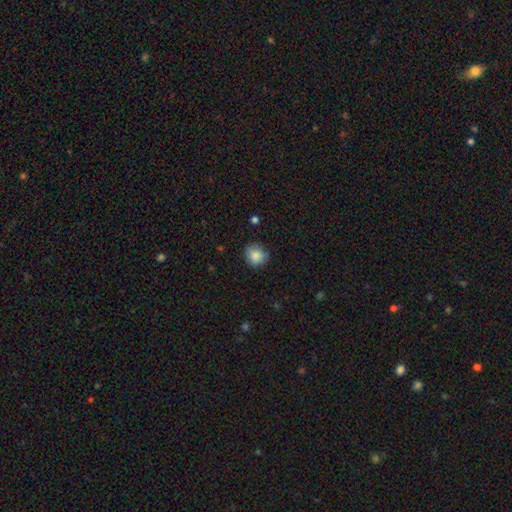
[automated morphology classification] smooth 85%, star or artifact 8%, featured or disk 6%. Down the decision tree: how rounded — round (81%); merging — none (77%).